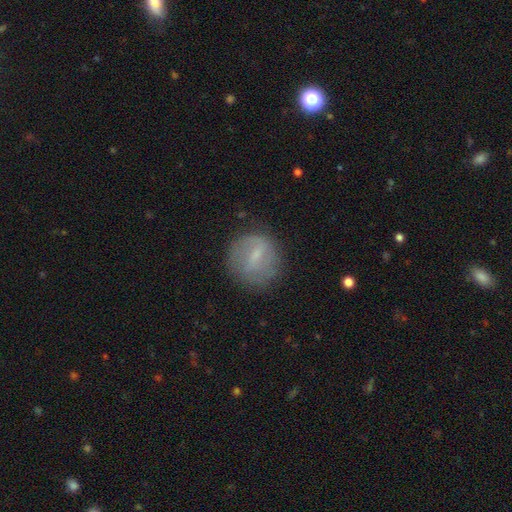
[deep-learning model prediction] The model was most divided on "smooth or featured": smooth: 47%, featured or disk: 44%, star or artifact: 9%. More confident: merging — none (75%).